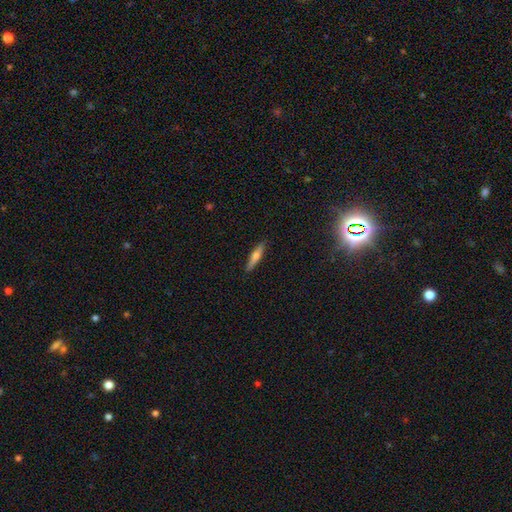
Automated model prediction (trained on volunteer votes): Smooth or featured? Predicted: smooth (p=0.59). How rounded? Predicted: cigar-shaped (p=0.83). Merging? Predicted: none (p=0.89).